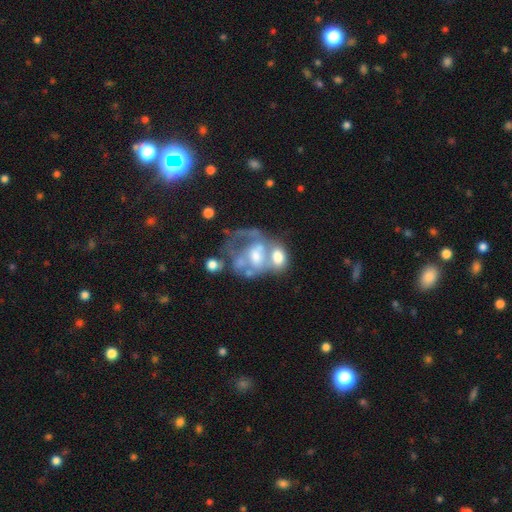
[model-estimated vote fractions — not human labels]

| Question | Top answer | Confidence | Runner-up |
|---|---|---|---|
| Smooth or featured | featured or disk | 60% | smooth (28%) |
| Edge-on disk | no | 97% | yes (3%) |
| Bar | no | 72% | weak (19%) |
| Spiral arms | no | 79% | yes (21%) |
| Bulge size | moderate | 42% | small (21%) |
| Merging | merger | 53% | major disturbance (22%) |